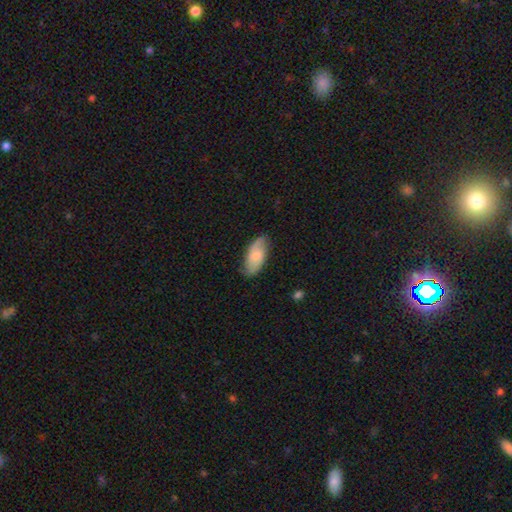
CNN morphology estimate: smooth_or_featured: smooth (p=0.54) [alt: featured or disk p=0.40]
how_rounded: in between (p=0.90) [alt: cigar-shaped p=0.08]
merging: none (p=0.75) [alt: minor disturbance p=0.19]